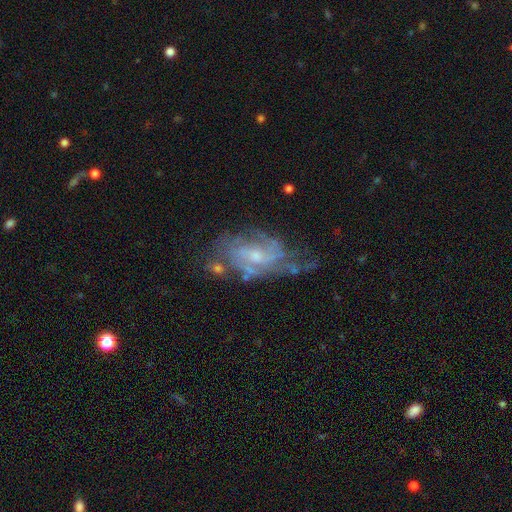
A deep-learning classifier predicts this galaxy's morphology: This appears to be a featured or disk galaxy (80%) with no bar (52%), medium (43%) spiral arms (86%) and a small central bulge (52%). Merging: none (48%).